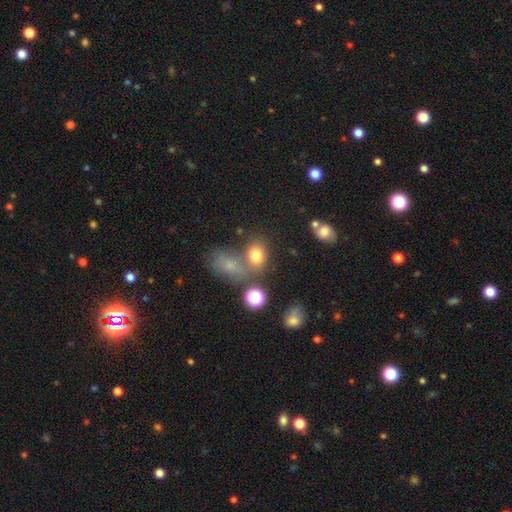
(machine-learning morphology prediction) Q: Smooth or featured?
A: smooth (74%); runner-up: star or artifact (16%)
Q: How rounded?
A: in between (57%); runner-up: round (42%)
Q: Merging?
A: none (52%); runner-up: merger (27%)